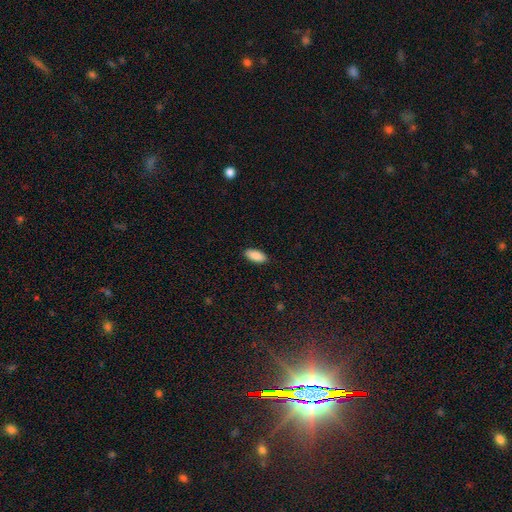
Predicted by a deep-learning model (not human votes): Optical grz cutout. It shows a smooth galaxy with no disk features (90%) that is in between round and cigar-shaped (88%). Merging: none (90%).